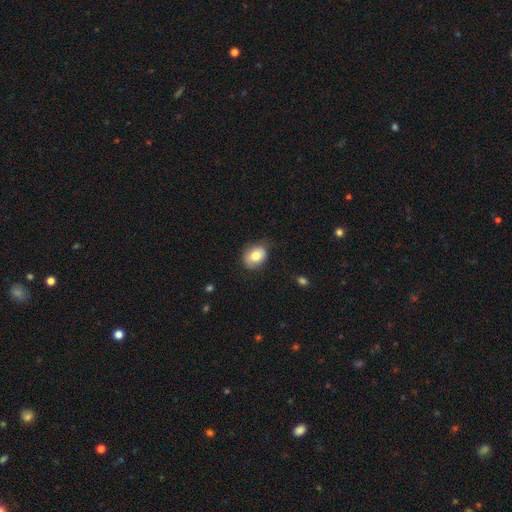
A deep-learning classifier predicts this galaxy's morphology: smooth 75%, featured or disk 17%, star or artifact 8%. Down the decision tree: how rounded — round (50%); merging — none (75%).